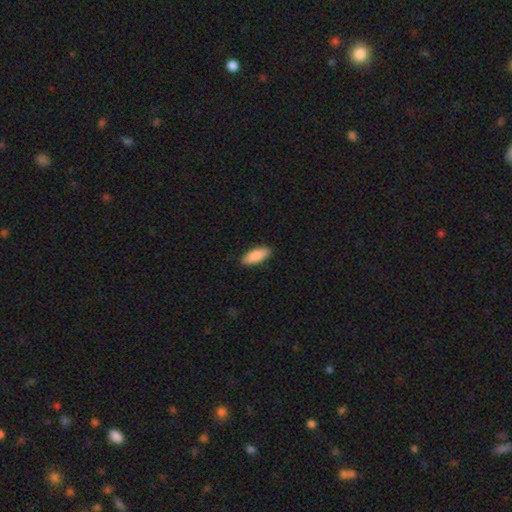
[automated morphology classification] Smooth or featured? smooth (89%)
How rounded? in between (77%)
Merging? none (88%)